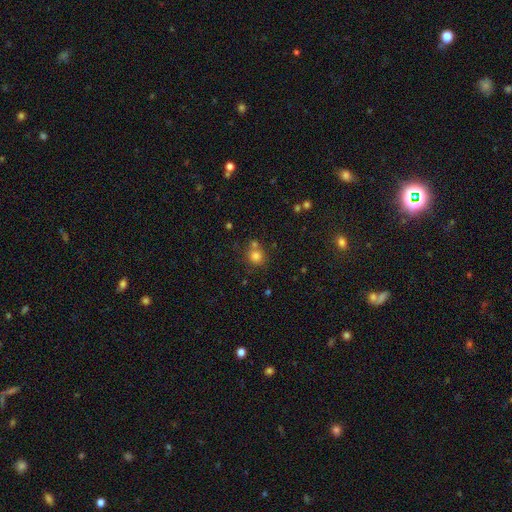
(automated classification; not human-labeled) Smooth or featured? Predicted: smooth (p=0.79). How rounded? Predicted: round (p=0.84). Merging? Predicted: none (p=0.63).